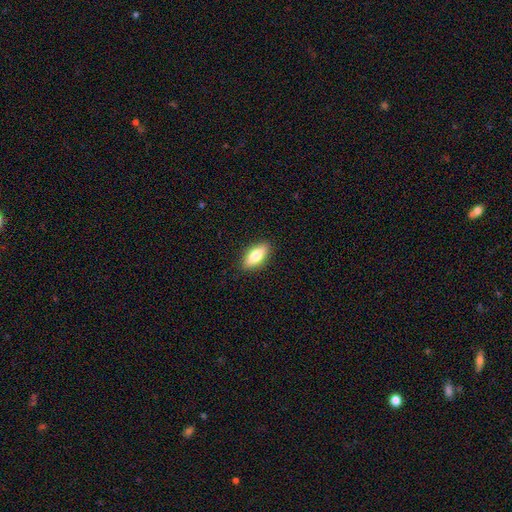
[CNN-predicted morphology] The model was most divided on "how rounded": in between: 74%, cigar-shaped: 23%, round: 3%. More confident: merging — none (88%); smooth or featured — smooth (73%).